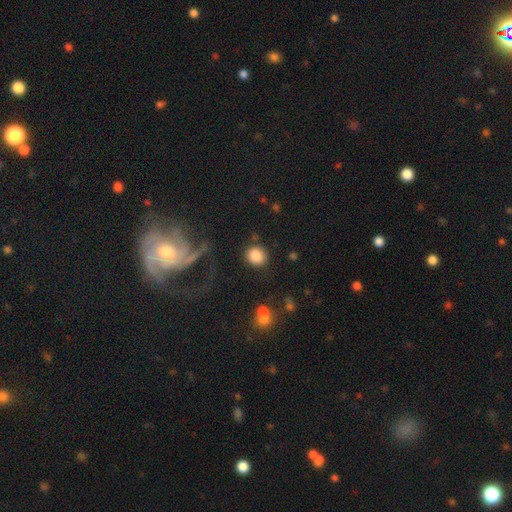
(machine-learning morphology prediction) A smooth galaxy with no disk features (84%) that is round (78%). Merging: none (82%).